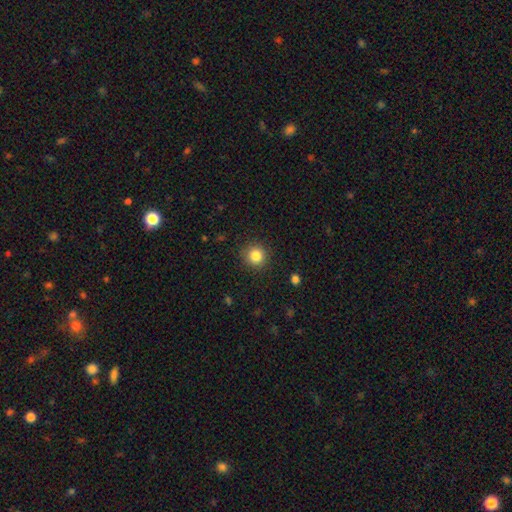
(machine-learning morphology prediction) smooth 84%, star or artifact 11%, featured or disk 5%. Down the decision tree: how rounded — round (94%); merging — none (90%).